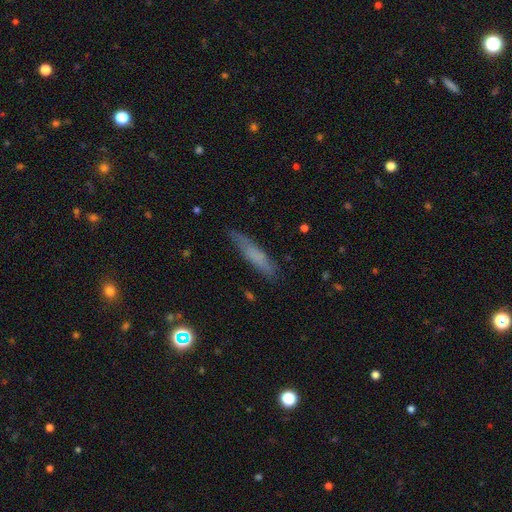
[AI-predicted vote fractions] Morphology: type=smooth (63%); roundness=cigar-shaped (85%); merging=none (76%).